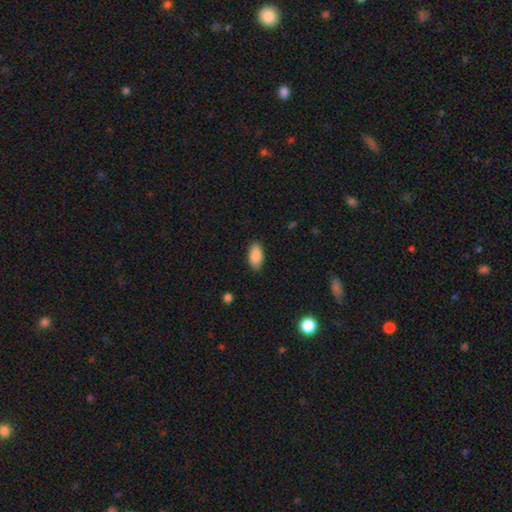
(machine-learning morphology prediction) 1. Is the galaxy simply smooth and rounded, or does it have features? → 89% smooth, 7% star or artifact, 5% featured or disk.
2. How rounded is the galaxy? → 93% in between, 4% cigar-shaped, 3% round.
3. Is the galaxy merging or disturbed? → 86% none, 11% minor disturbance, 2% major disturbance, 1% merger.